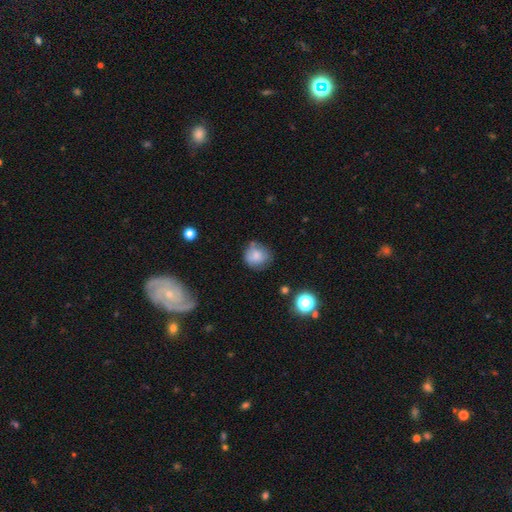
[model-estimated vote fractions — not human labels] The model was most divided on "merging": none: 62%, minor disturbance: 26%, major disturbance: 8%, merger: 4%. More confident: how rounded — round (81%); smooth or featured — smooth (75%).